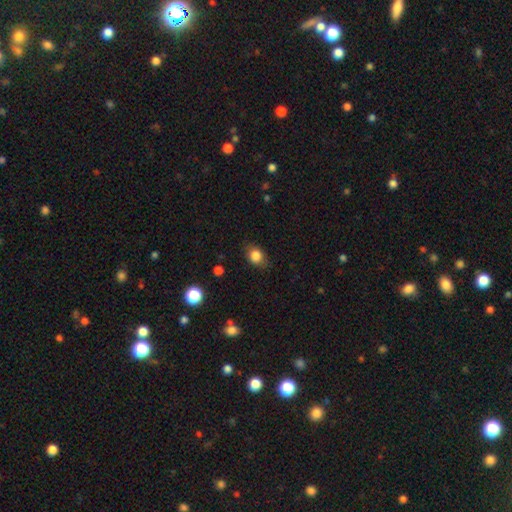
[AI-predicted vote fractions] Overall: smooth (84%). How rounded: in between (55%; round 44%). Merging: none (78%).